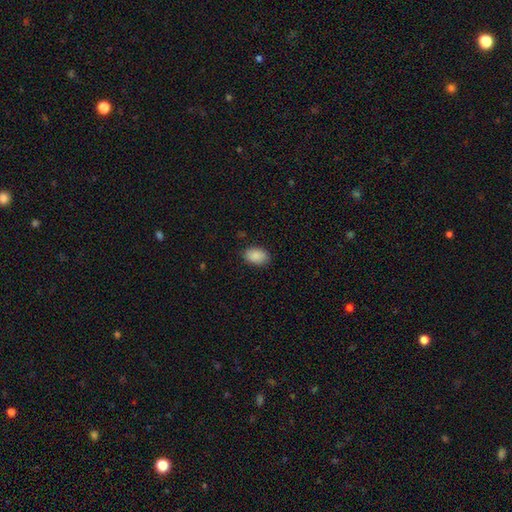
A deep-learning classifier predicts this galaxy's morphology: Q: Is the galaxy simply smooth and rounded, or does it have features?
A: smooth — 89%.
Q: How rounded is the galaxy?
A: in between — 90%.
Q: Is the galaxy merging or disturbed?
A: none — 84%.